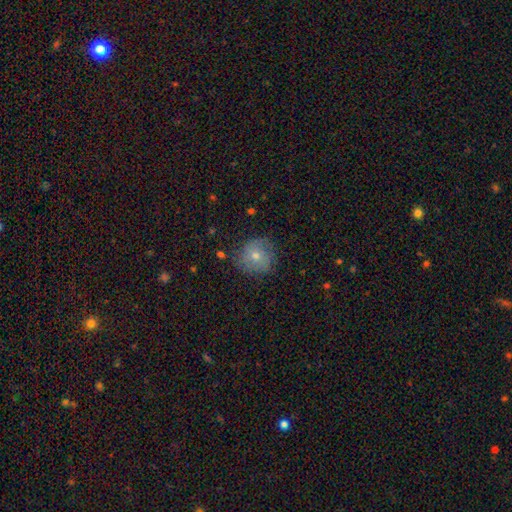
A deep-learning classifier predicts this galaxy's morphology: Smooth or featured? smooth (53%)
How rounded? round (89%)
Merging? none (76%)